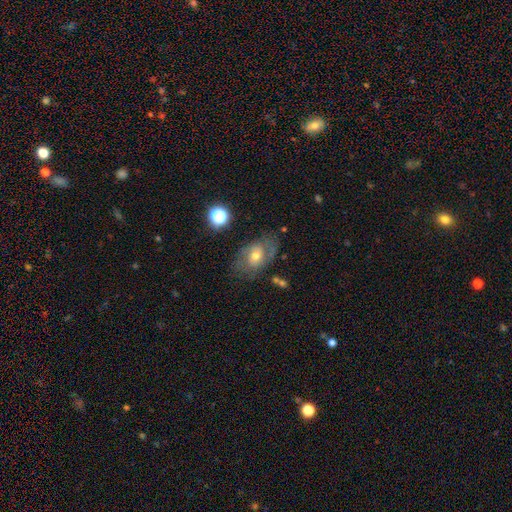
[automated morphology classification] Overall: featured or disk (53%; smooth 36%). Edge-on disk: no (94%). Merging: none (61%; minor disturbance 22%).